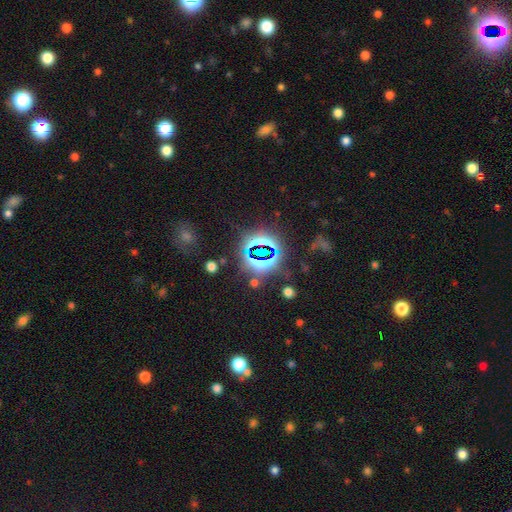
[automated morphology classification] Smooth or featured: star or artifact — 81% (smooth — 11%)